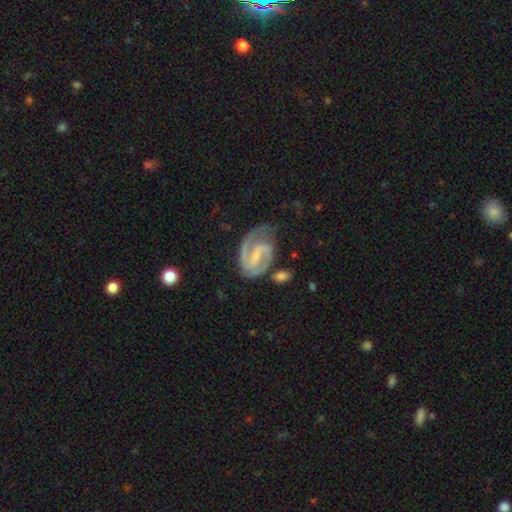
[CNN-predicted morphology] featured or disk 88%, smooth 7%, star or artifact 5%. Down the decision tree: edge-on disk — no (98%); bar — weak (46%); spiral arms — yes (97%); spiral arm count — 2 (86%); spiral winding — medium (51%); bulge size — small (49%); merging — none (57%).